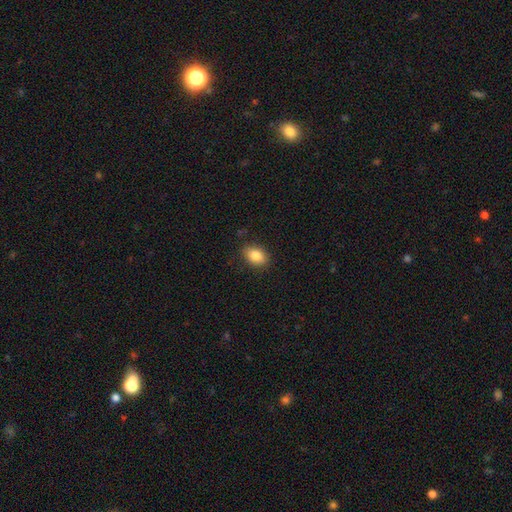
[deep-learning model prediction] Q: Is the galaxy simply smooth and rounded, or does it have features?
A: smooth — 85%.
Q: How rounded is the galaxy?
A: in between — 80%.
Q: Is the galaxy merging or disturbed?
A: none — 86%.